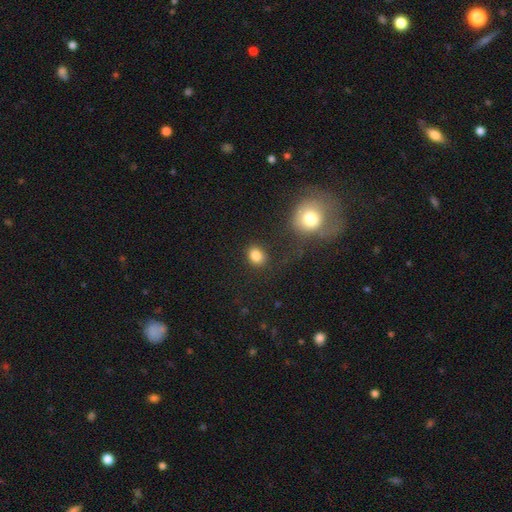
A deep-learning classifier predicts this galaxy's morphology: The model was most divided on "how rounded": round: 55%, in between: 44%, cigar-shaped: 1%. More confident: merging — none (83%); smooth or featured — smooth (83%).